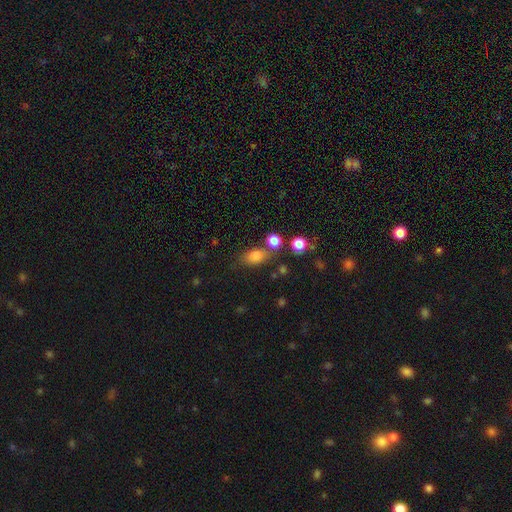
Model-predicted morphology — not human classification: A smooth galaxy with no disk features (81%) that is in between round and cigar-shaped (79%).

Vote fractions:
- Smooth or featured? smooth: 81% / star or artifact: 12% / featured or disk: 7%
- How rounded? in between: 79% / round: 17% / cigar-shaped: 4%
- Merging? none: 66% / minor disturbance: 15% / merger: 14% / major disturbance: 6%